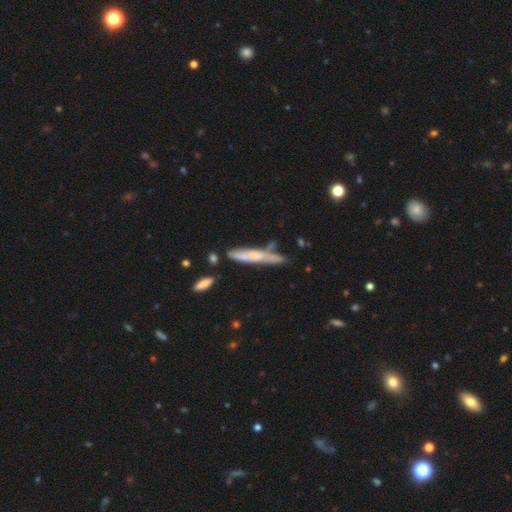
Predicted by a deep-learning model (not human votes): Morphology: type=smooth (51%); roundness=cigar-shaped (90%); merging=none (53%).